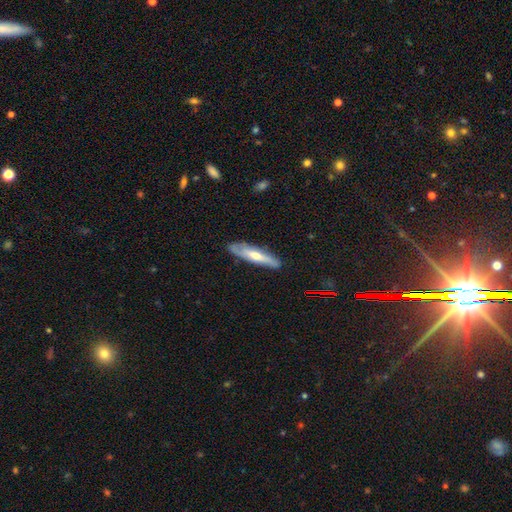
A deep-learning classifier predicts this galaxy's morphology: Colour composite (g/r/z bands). It shows a featured or disk galaxy (52%) viewed edge-on (69%). Merging: none (80%).